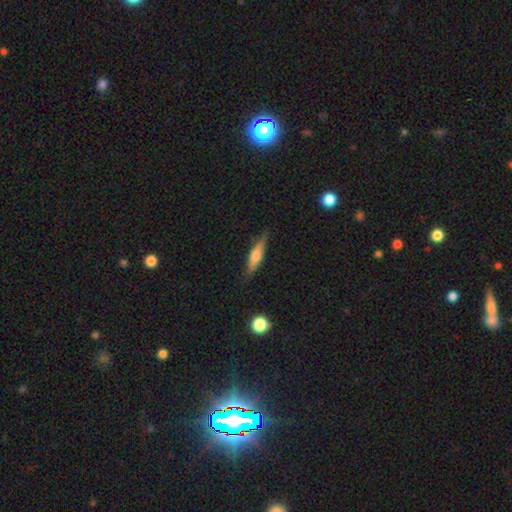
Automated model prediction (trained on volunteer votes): Smooth or featured? smooth (54%)
How rounded? cigar-shaped (69%)
Merging? none (78%)